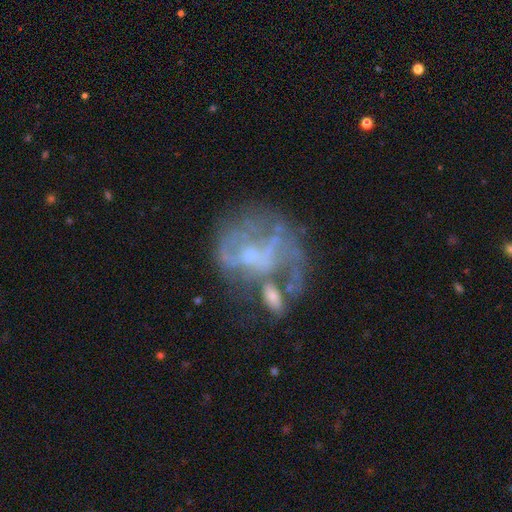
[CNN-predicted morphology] This is likely a featured or disk galaxy (69%). It is clearly not viewed edge-on (98%). Bar: likely no (71%). Spiral arm pattern: likely no (63%). Central bulge: marginally small (39%). Merging: marginally major disturbance (32%).